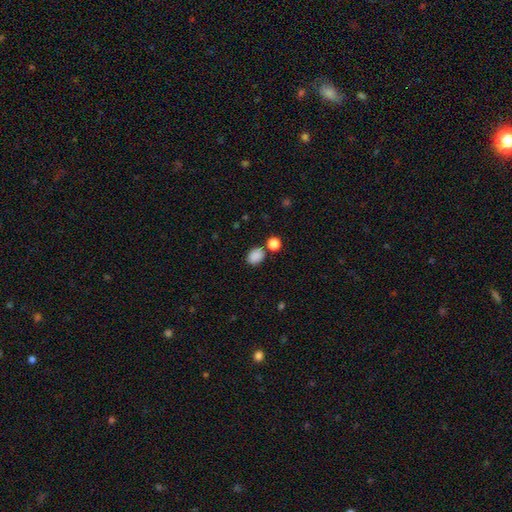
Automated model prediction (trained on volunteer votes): Q: Smooth or featured?
A: smooth (87%); runner-up: star or artifact (10%)
Q: How rounded?
A: in between (64%); runner-up: round (35%)
Q: Merging?
A: none (73%); runner-up: merger (12%)